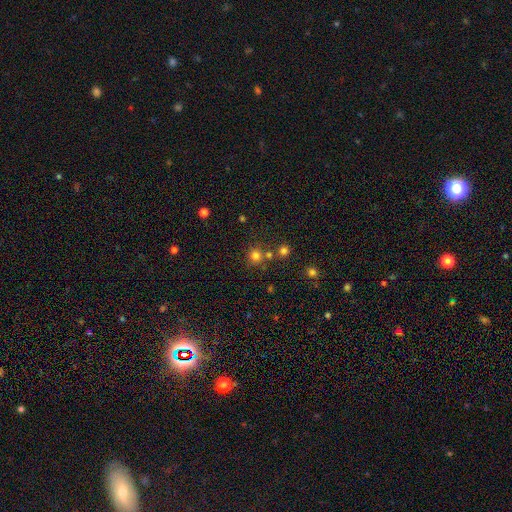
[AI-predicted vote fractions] Morphology: type=smooth (77%); roundness=round (90%); merging=none (70%).